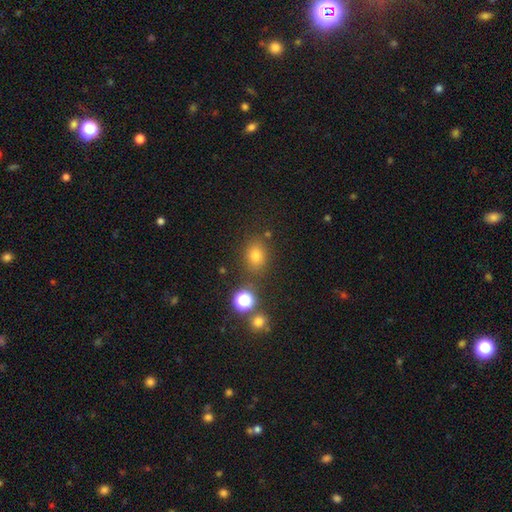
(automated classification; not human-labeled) Overall: smooth (71%). How rounded: round (50%; in between 49%). Merging: none (79%).